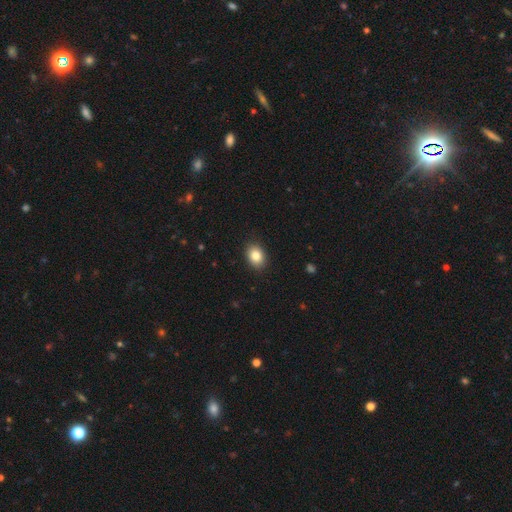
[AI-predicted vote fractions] smooth_or_featured: smooth (p=0.85) [alt: star or artifact p=0.09]
how_rounded: in between (p=0.66) [alt: round p=0.33]
merging: none (p=0.90) [alt: minor disturbance p=0.08]